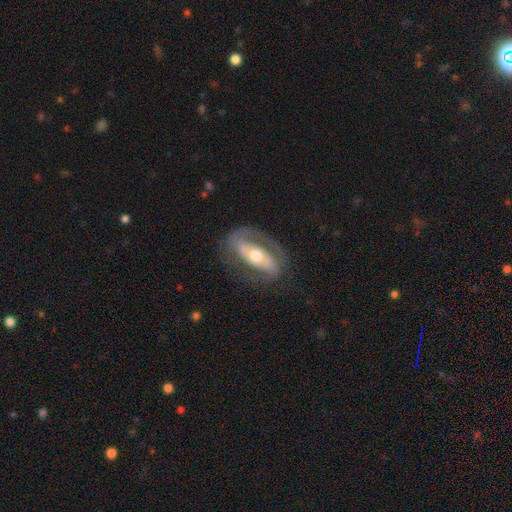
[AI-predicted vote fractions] Smooth or featured: featured or disk — 78% (smooth — 17%)
Edge-on disk: no — 91% (yes — 9%)
Bar: strong — 44% (no — 31%)
Spiral arms: yes — 77% (no — 23%)
Spiral winding: medium — 44% (tight — 36%)
Spiral arm count: 2 — 77% (1 — 11%)
Bulge size: moderate — 66% (small — 21%)
Merging: none — 71% (minor disturbance — 16%)